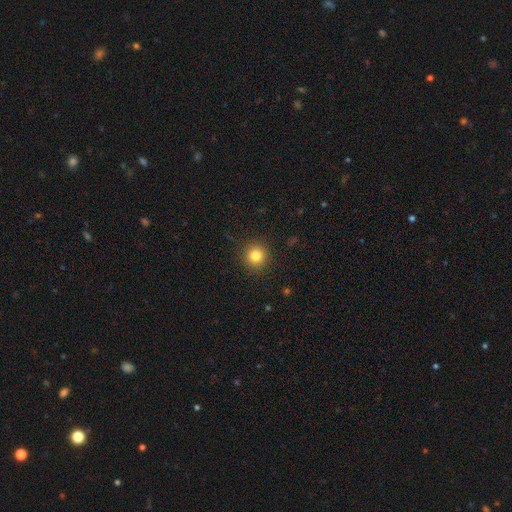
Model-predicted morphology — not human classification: Smooth or featured: smooth — 82% (star or artifact — 12%)
How rounded: round — 94% (in between — 5%)
Merging: none — 91% (minor disturbance — 6%)